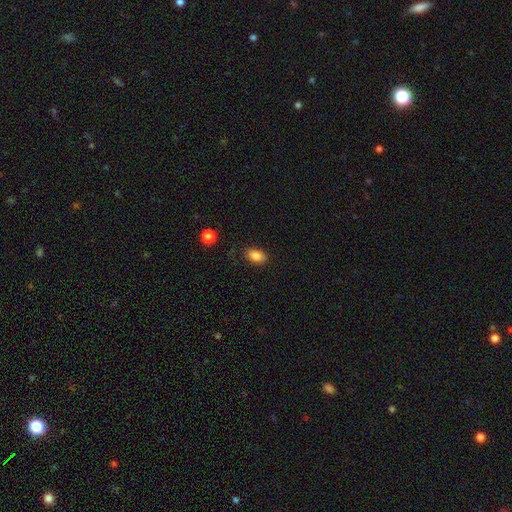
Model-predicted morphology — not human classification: Smooth or featured: smooth — 86% (star or artifact — 9%)
How rounded: in between — 89% (round — 8%)
Merging: none — 85% (minor disturbance — 11%)